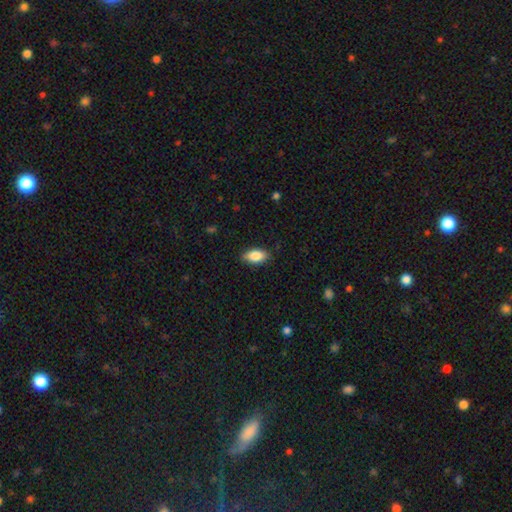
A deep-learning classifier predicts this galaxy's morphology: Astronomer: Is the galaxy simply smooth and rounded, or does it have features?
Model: smooth — 84%.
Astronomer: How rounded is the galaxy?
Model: in between — 90%.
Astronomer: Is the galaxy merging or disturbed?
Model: none — 86%.